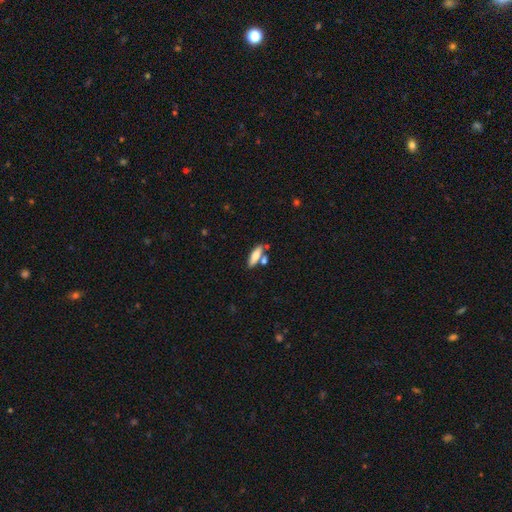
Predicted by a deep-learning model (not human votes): Smooth or featured?
  - smooth: 72% *
  - featured or disk: 22%
  - star or artifact: 6%
How rounded?
  - in between: 55% *
  - cigar-shaped: 43%
  - round: 3%
Merging?
  - none: 65% *
  - merger: 18%
  - minor disturbance: 13%
  - major disturbance: 3%